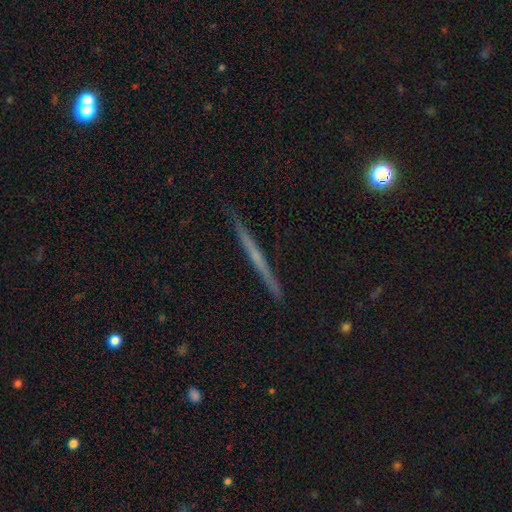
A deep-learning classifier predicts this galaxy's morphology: type=featured or disk (62%); edge-on=yes (98%); edge-on bulge=none (81%); merging=none (91%).